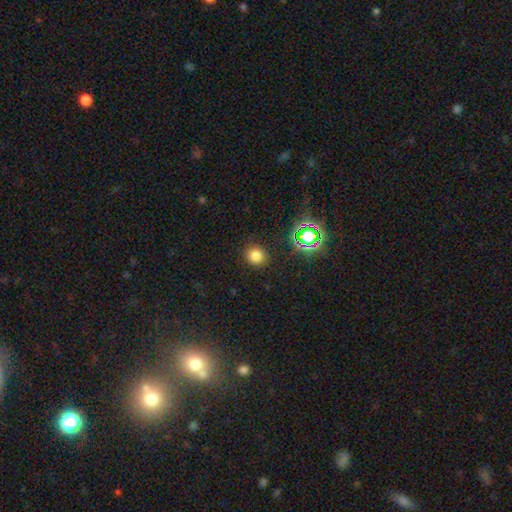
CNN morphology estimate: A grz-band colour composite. It shows a smooth galaxy with no disk features (76%) that is round (86%). Merging: none (89%).